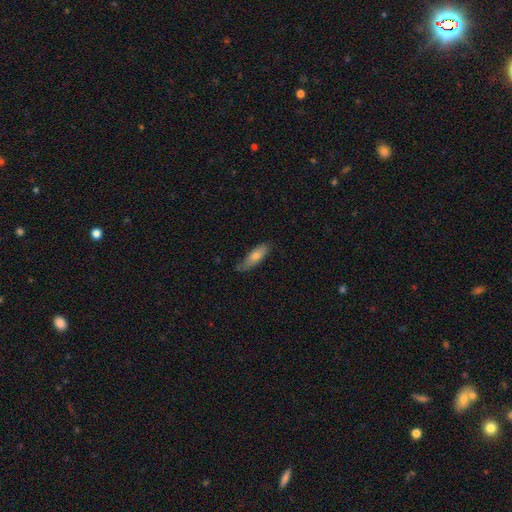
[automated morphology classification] Smooth or featured? smooth (69%)
How rounded? cigar-shaped (52%)
Merging? none (71%)